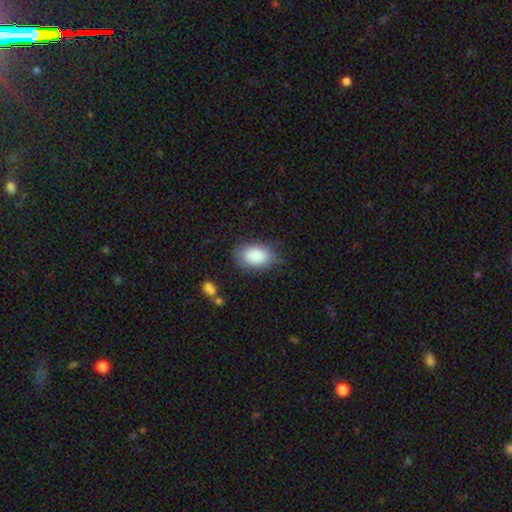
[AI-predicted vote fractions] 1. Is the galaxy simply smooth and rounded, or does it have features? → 88% smooth, 7% star or artifact, 5% featured or disk.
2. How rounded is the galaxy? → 89% in between, 10% round, 1% cigar-shaped.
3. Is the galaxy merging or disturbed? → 76% none, 17% minor disturbance, 5% major disturbance, 2% merger.